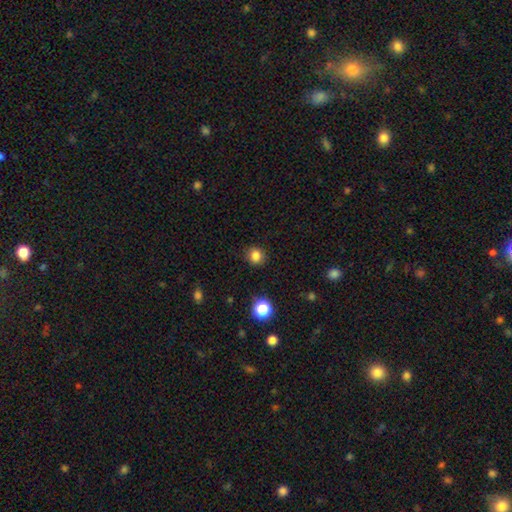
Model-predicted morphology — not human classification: This appears to be a smooth galaxy with no disk features (83%) that is round (81%). Merging: none (87%).